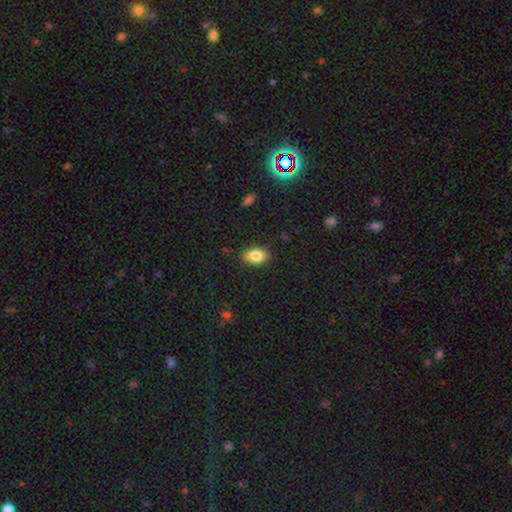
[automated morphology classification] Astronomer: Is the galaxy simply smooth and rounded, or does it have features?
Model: smooth — 83%.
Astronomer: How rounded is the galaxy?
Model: in between — 83%.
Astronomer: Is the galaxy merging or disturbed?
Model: none — 86%.